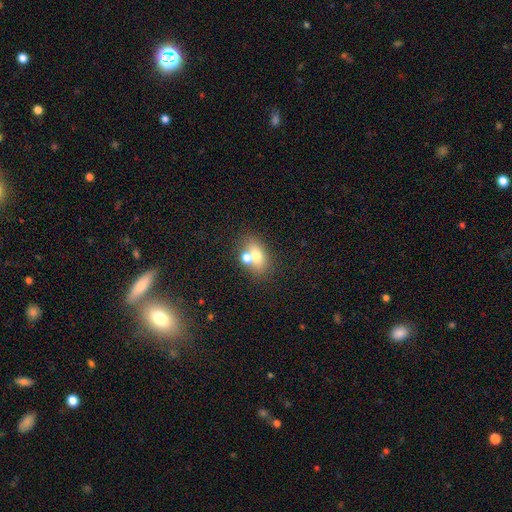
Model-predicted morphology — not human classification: This appears to be a smooth galaxy with no disk features (67%) that is in between round and cigar-shaped (75%). Merging: none (46%).